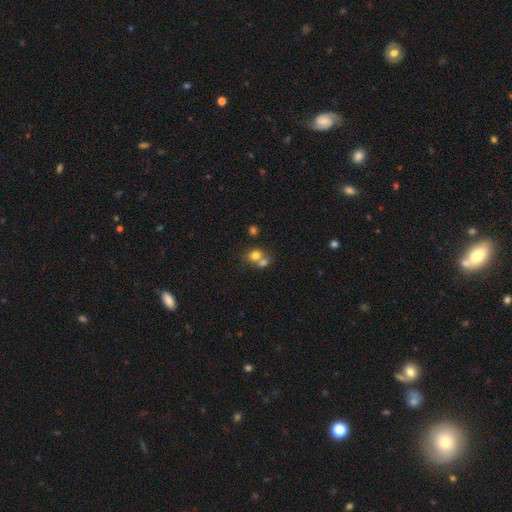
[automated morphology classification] smooth-or-featured: smooth: 75% | featured or disk: 13% | star or artifact: 12%
  how-rounded: round: 60% | in between: 39% | cigar-shaped: 1%
  merging: merger: 56% | none: 32% | minor disturbance: 8% | major disturbance: 4%